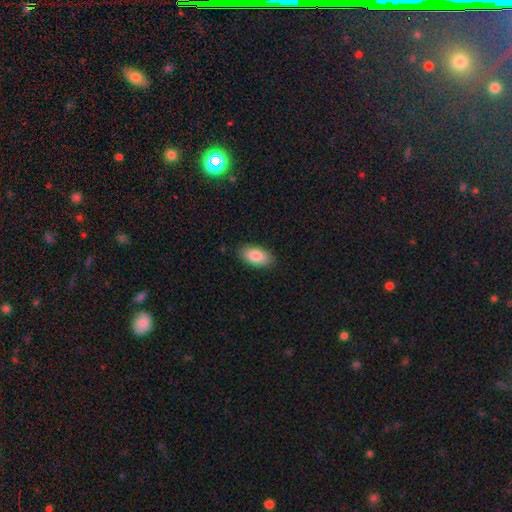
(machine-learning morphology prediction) The model was most divided on "merging": none: 87%, minor disturbance: 10%, major disturbance: 2%, merger: 1%. More confident: how rounded — in between (93%); smooth or featured — smooth (86%).